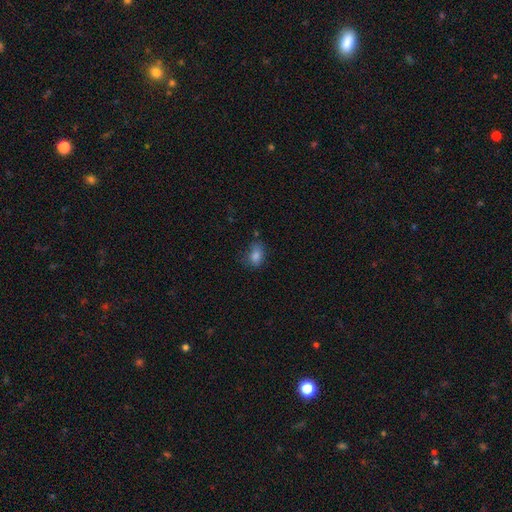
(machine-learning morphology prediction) Smooth or featured? smooth (81%)
How rounded? in between (73%)
Merging? none (55%)